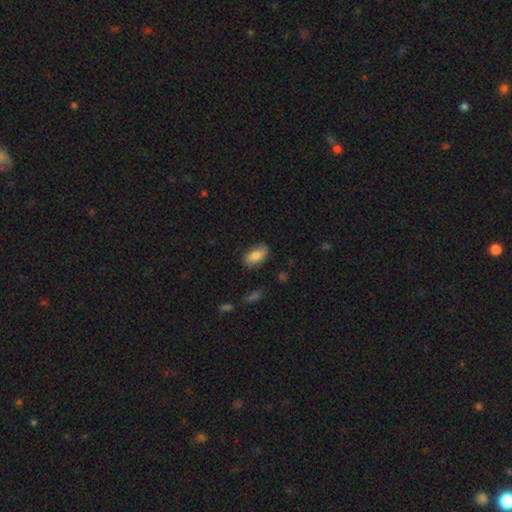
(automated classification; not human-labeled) This appears to be a smooth galaxy with no disk features (77%) that is in between round and cigar-shaped (90%). Merging: none (79%).